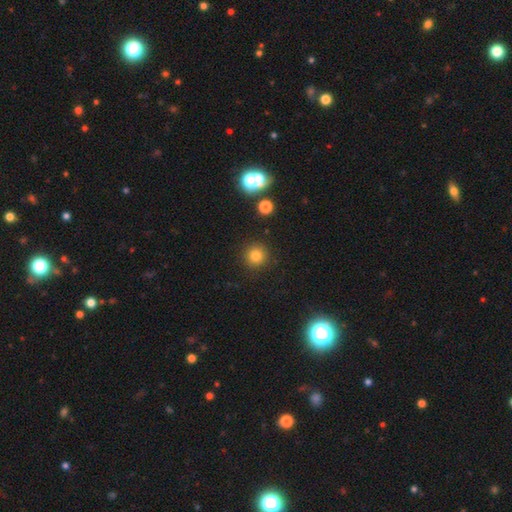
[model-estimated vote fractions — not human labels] Morphology: type=smooth (80%); roundness=round (94%); merging=none (90%).